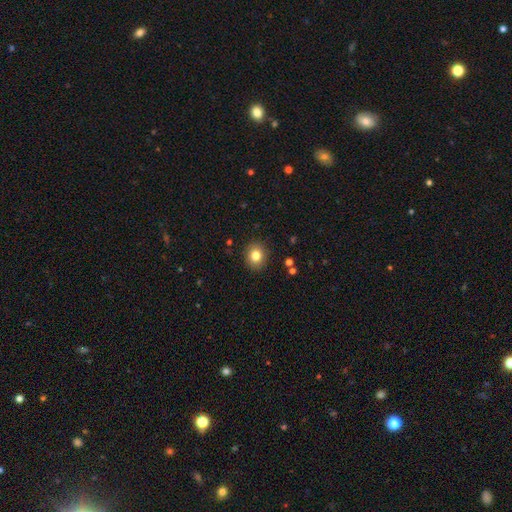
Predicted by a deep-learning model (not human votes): Overall: smooth (82%). How rounded: round (72%). Merging: none (90%).